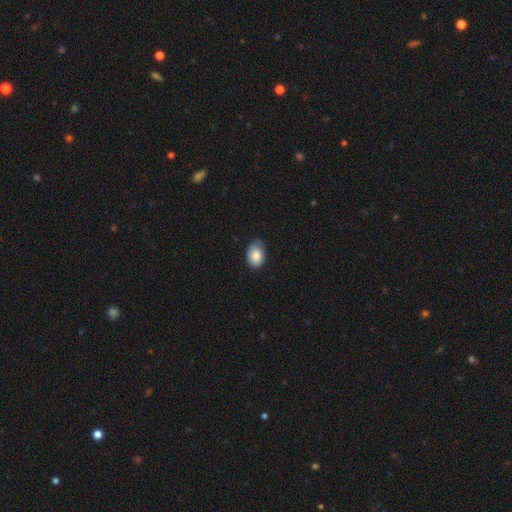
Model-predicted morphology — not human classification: A smooth galaxy with no disk features (83%) that is in between round and cigar-shaped (79%). Merging: none (68%).